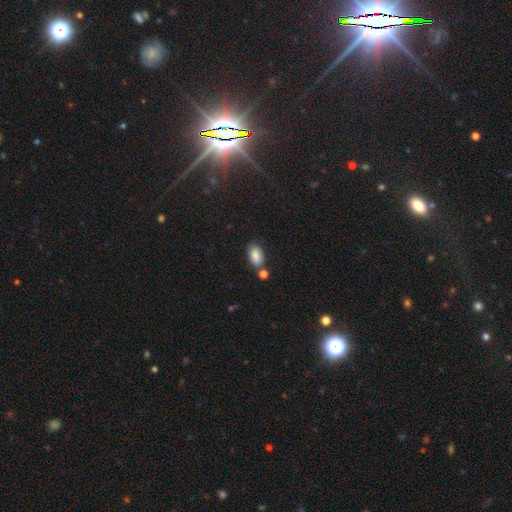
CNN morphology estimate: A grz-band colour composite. It shows a smooth galaxy with no disk features (85%) that is in between round and cigar-shaped (92%). Merging: none (70%).